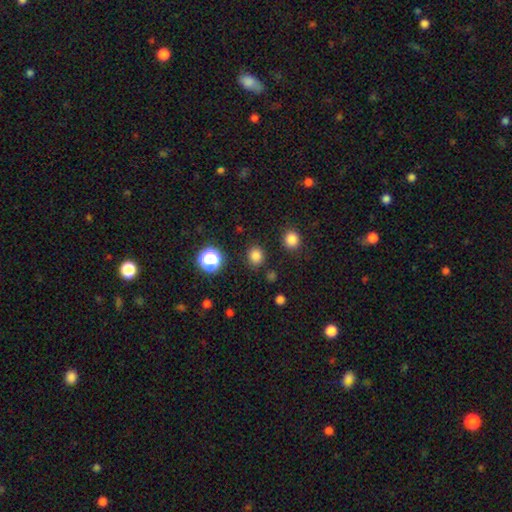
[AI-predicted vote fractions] Smooth or featured?
  - smooth: 80% *
  - star or artifact: 16%
  - featured or disk: 4%
How rounded?
  - round: 85% *
  - in between: 14%
  - cigar-shaped: 1%
Merging?
  - none: 88% *
  - minor disturbance: 7%
  - major disturbance: 3%
  - merger: 2%